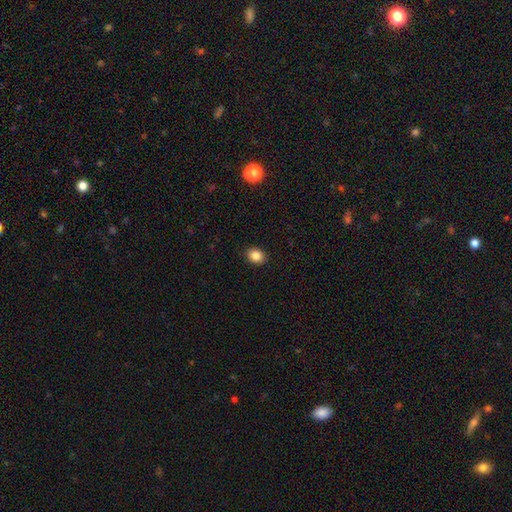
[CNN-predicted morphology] A smooth galaxy with no disk features (87%) that is in between round and cigar-shaped (54%). Merging: none (90%).